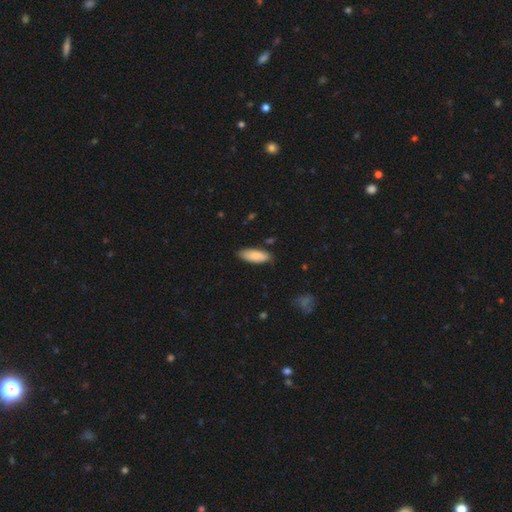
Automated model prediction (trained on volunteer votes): smooth-or-featured: smooth: 86% | featured or disk: 8% | star or artifact: 6%
  how-rounded: in between: 72% | cigar-shaped: 27% | round: 2%
  merging: none: 80% | minor disturbance: 16% | major disturbance: 2% | merger: 2%